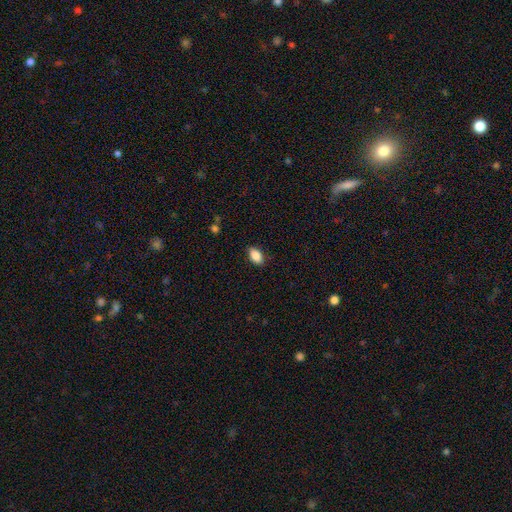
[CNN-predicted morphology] A smooth galaxy with no disk features (87%) that is in between round and cigar-shaped (91%). Merging: none (87%).